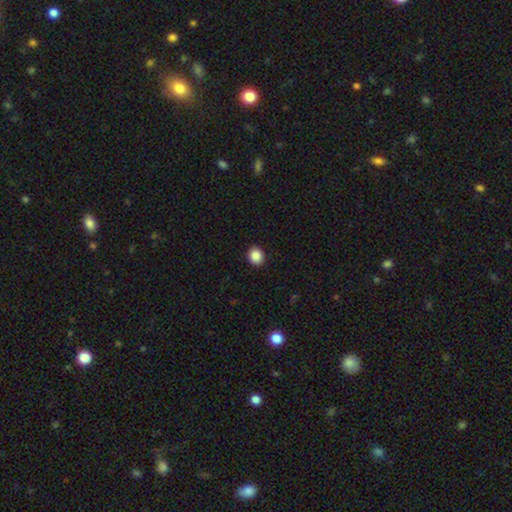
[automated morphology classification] smooth_or_featured: smooth (p=0.88) [alt: star or artifact p=0.09]
how_rounded: round (p=0.82) [alt: in between p=0.17]
merging: none (p=0.93) [alt: minor disturbance p=0.05]